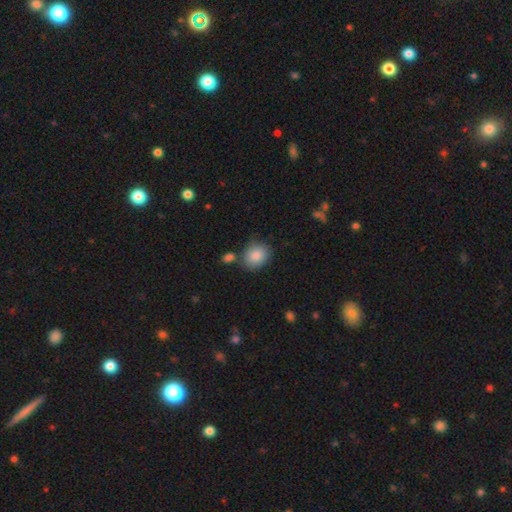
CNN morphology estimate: type=smooth (86%); roundness=round (54%); merging=none (69%).